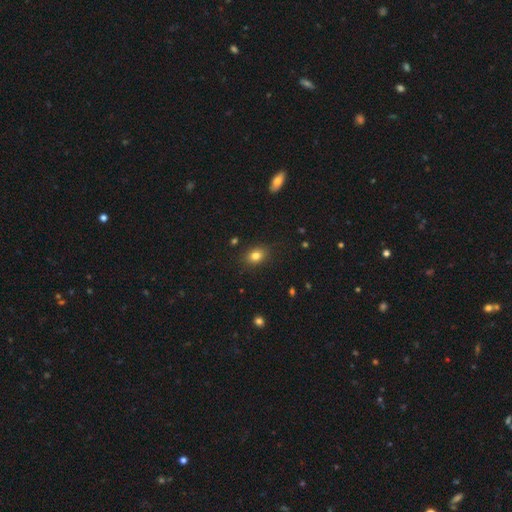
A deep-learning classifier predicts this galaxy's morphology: Smooth or featured: smooth — 81% (star or artifact — 11%)
How rounded: in between — 66% (round — 32%)
Merging: none — 85% (minor disturbance — 11%)